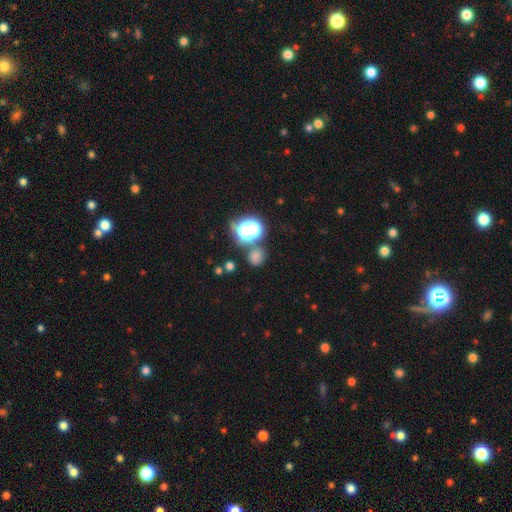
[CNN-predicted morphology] The model was most divided on "smooth or featured": smooth: 66%, star or artifact: 27%, featured or disk: 8%. More confident: how rounded — round (82%); merging — none (71%).